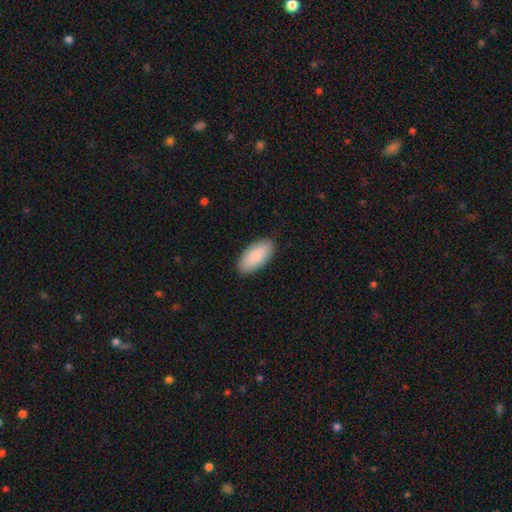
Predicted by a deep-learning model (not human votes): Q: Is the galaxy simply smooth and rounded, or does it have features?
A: smooth — 87%.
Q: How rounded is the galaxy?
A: in between — 94%.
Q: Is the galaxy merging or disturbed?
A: none — 88%.